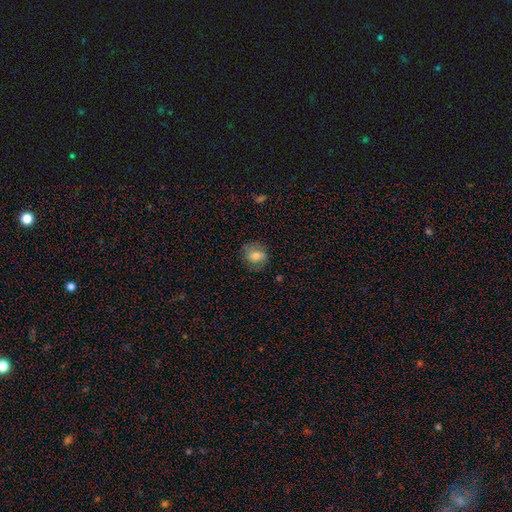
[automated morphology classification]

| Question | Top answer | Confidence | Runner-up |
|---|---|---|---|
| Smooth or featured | smooth | 68% | featured or disk (23%) |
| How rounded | round | 69% | in between (30%) |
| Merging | none | 76% | minor disturbance (17%) |